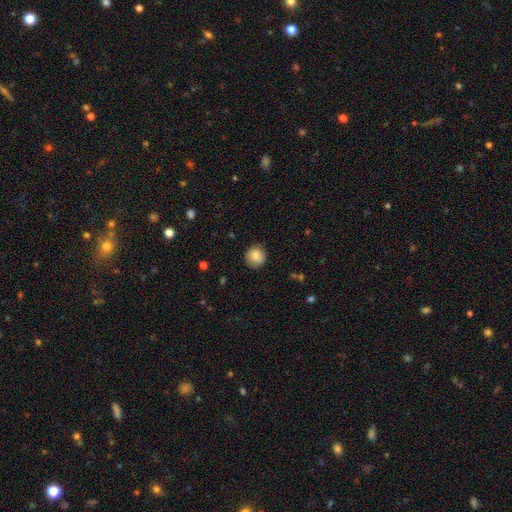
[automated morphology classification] smooth-or-featured: smooth: 80% | featured or disk: 12% | star or artifact: 8%
  how-rounded: round: 90% | in between: 9% | cigar-shaped: 1%
  merging: none: 83% | minor disturbance: 13% | major disturbance: 3% | merger: 1%